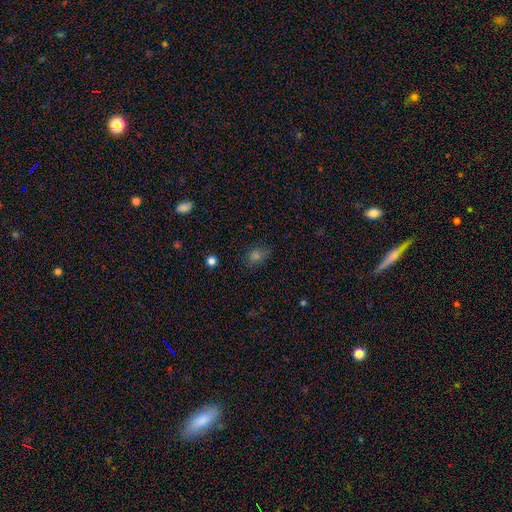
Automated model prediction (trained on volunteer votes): Q: Smooth or featured?
A: smooth (70%); runner-up: star or artifact (22%)
Q: How rounded?
A: in between (63%); runner-up: round (34%)
Q: Merging?
A: none (75%); runner-up: minor disturbance (18%)